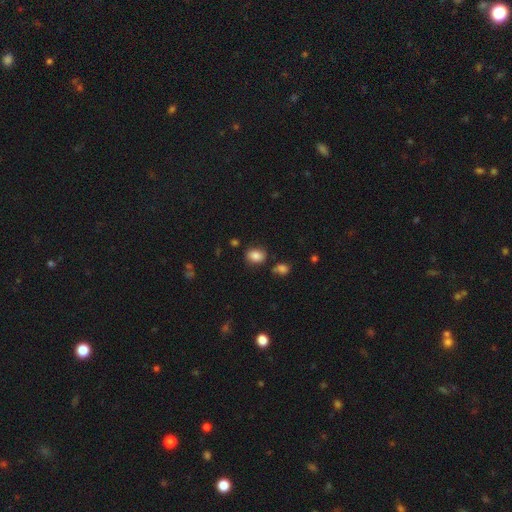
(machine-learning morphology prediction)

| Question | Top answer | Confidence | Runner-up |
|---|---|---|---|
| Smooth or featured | smooth | 84% | star or artifact (10%) |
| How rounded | in between | 61% | round (37%) |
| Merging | none | 76% | minor disturbance (14%) |